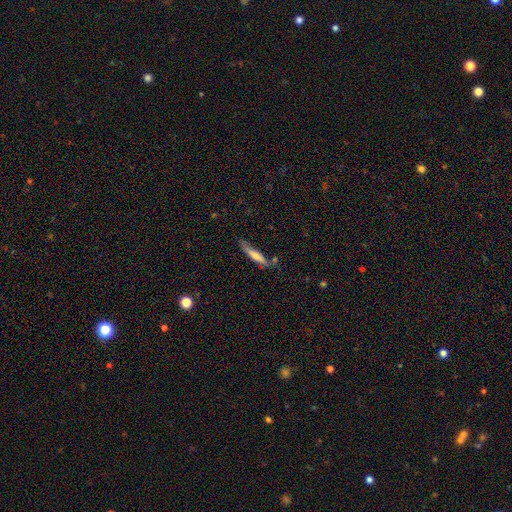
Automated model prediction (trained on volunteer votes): smooth-or-featured: smooth: 63% | featured or disk: 31% | star or artifact: 6%
  how-rounded: cigar-shaped: 86% | in between: 12% | round: 1%
  merging: none: 58% | minor disturbance: 25% | merger: 8% | major disturbance: 8%